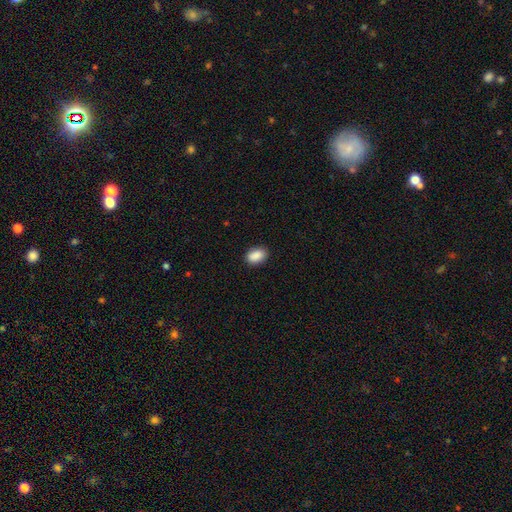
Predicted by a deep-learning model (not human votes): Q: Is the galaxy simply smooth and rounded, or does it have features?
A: smooth — 90%.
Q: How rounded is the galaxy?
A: in between — 87%.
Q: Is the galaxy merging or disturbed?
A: none — 88%.